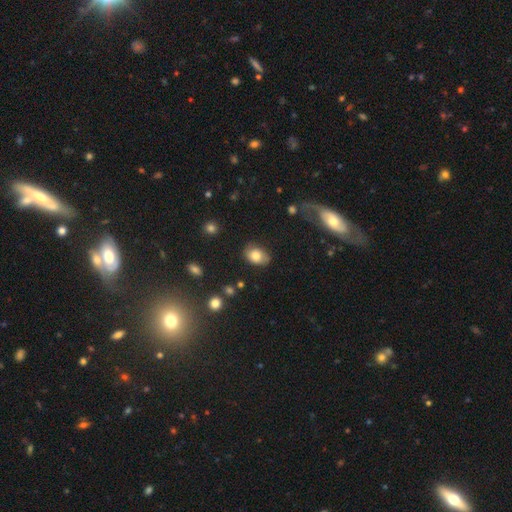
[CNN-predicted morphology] A smooth galaxy with no disk features (77%) that is in between round and cigar-shaped (79%). Merging: none (70%).